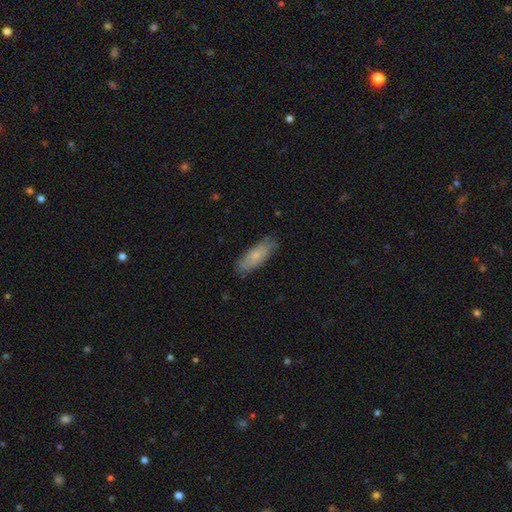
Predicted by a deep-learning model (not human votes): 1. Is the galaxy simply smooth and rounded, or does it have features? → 71% smooth, 23% featured or disk, 6% star or artifact.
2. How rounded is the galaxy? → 67% in between, 31% cigar-shaped, 2% round.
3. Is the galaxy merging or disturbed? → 80% none, 16% minor disturbance, 3% major disturbance, 1% merger.